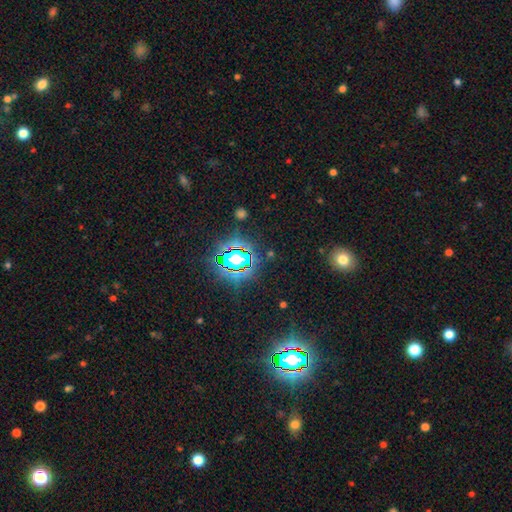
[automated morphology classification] smooth_or_featured: star or artifact (p=0.83) [alt: smooth p=0.11]